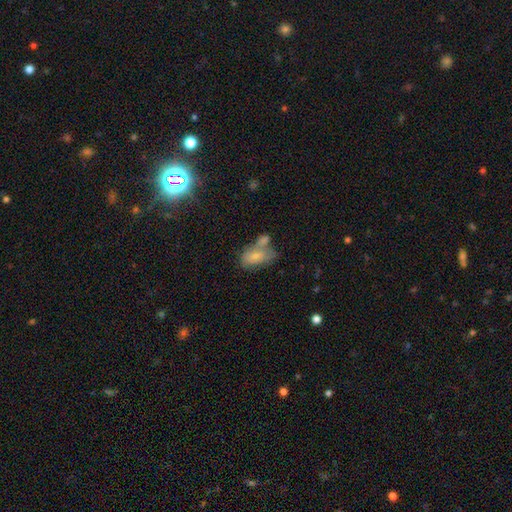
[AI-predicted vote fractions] This is likely a smooth galaxy (69%). How rounded: clearly in between (90%). Merging: marginally merger (43%).